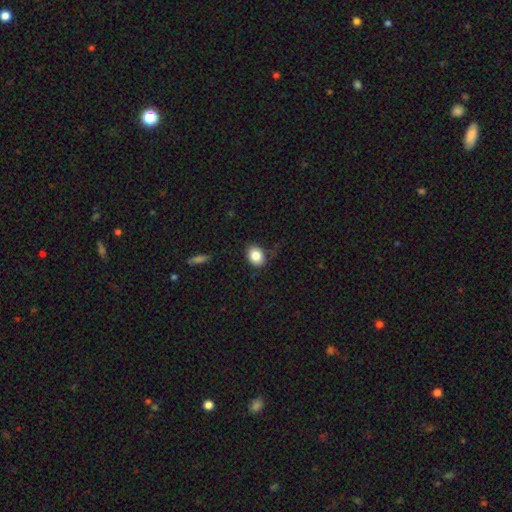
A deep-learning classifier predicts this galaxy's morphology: smooth-or-featured: smooth: 84% | star or artifact: 9% | featured or disk: 8%
  how-rounded: in between: 64% | round: 35% | cigar-shaped: 1%
  merging: none: 75% | minor disturbance: 18% | major disturbance: 5% | merger: 2%